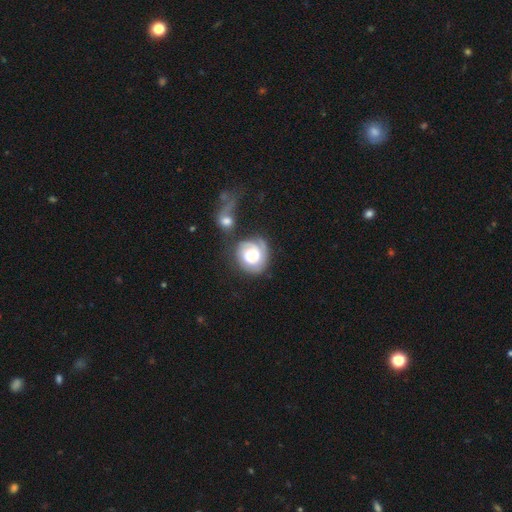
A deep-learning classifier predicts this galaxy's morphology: Smooth or featured? Predicted: featured or disk (p=0.55). Edge-on disk? Predicted: no (p=0.97). Bar? Predicted: no (p=0.72). Spiral arms? Predicted: yes (p=0.77). Bulge size? Predicted: large (p=0.52). Merging? Predicted: none (p=0.39).